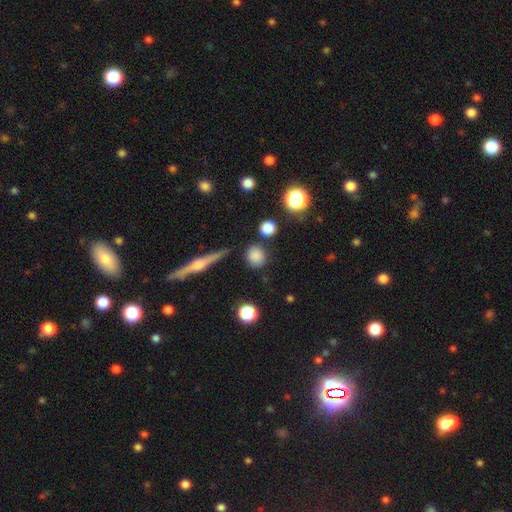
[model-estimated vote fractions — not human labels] The model was most divided on "how rounded": round: 85%, in between: 13%, cigar-shaped: 3%. More confident: merging — none (83%); smooth or featured — smooth (82%).